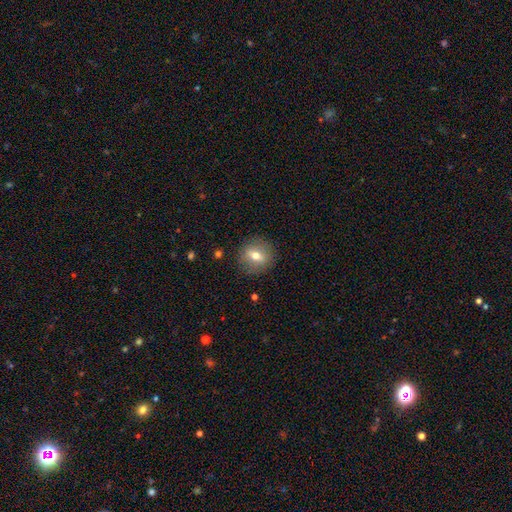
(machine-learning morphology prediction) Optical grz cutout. It shows a smooth galaxy with no disk features (64%) that is round (78%). Merging: none (87%).